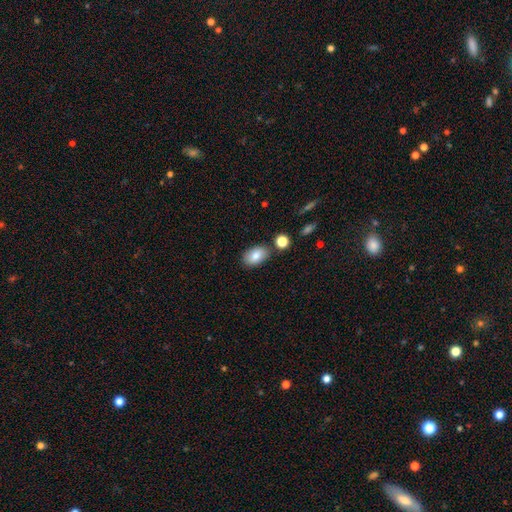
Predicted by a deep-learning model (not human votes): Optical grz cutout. It shows a smooth galaxy with no disk features (81%) that is in between round and cigar-shaped (90%). Merging: none (81%).